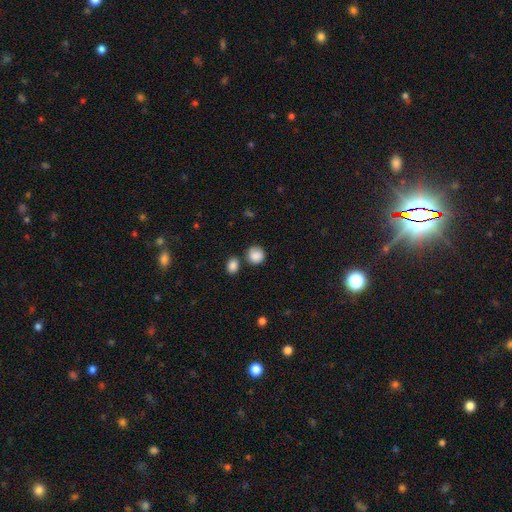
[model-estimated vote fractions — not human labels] This appears to be a smooth galaxy with no disk features (87%) that is round (84%). Merging: none (69%).